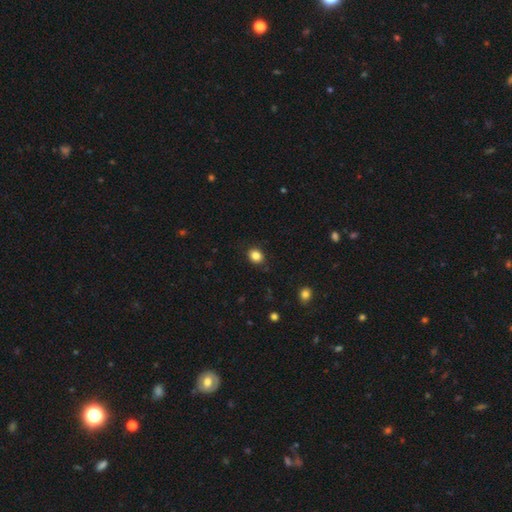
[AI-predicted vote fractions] This appears to be a smooth galaxy with no disk features (85%) that is round (57%). Merging: none (88%).